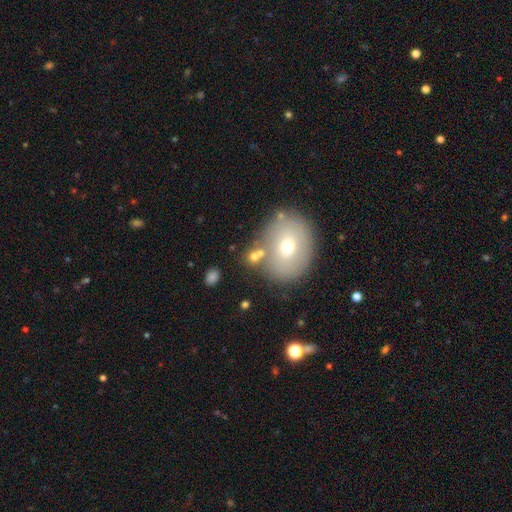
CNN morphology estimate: This is likely a smooth galaxy (65%). How rounded: possibly round (56%). Merging: likely none (63%).